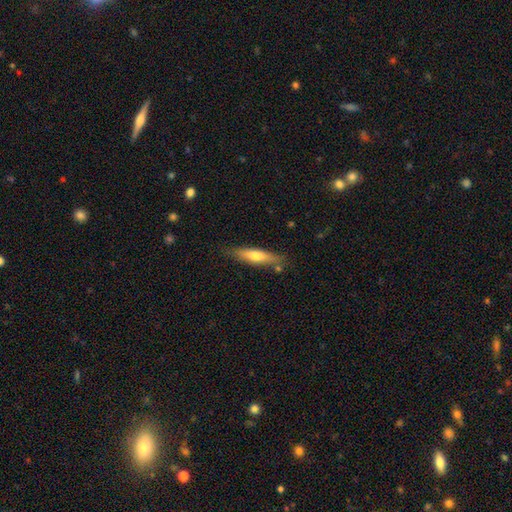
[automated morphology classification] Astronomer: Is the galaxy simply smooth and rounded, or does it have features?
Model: smooth — 61%.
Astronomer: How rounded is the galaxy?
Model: cigar-shaped — 75%.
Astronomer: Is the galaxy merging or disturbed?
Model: none — 77%.